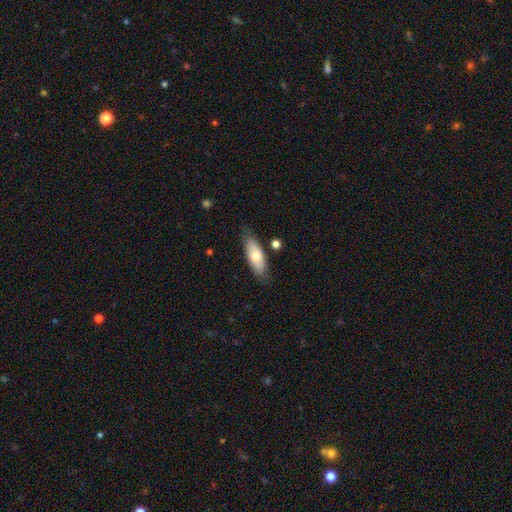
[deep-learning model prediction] smooth_or_featured: smooth (p=0.73) [alt: featured or disk p=0.21]
how_rounded: in between (p=0.68) [alt: cigar-shaped p=0.30]
merging: none (p=0.78) [alt: minor disturbance p=0.15]